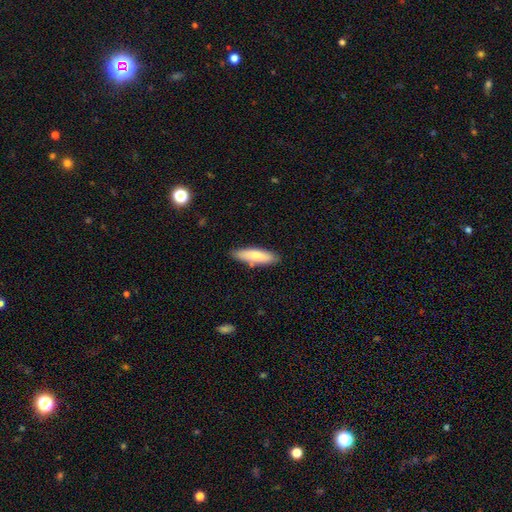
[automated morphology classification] Smooth or featured? smooth (77%)
How rounded? cigar-shaped (60%)
Merging? none (82%)